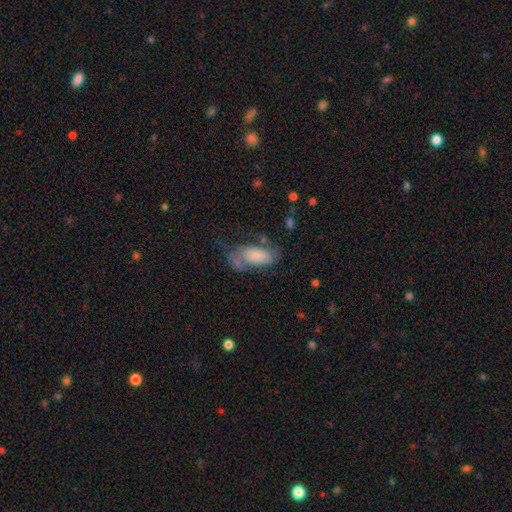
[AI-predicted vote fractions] The model was most divided on "merging": none: 35%, major disturbance: 28%, minor disturbance: 27%, merger: 9%. More confident: how rounded — in between (92%); smooth or featured — smooth (60%).